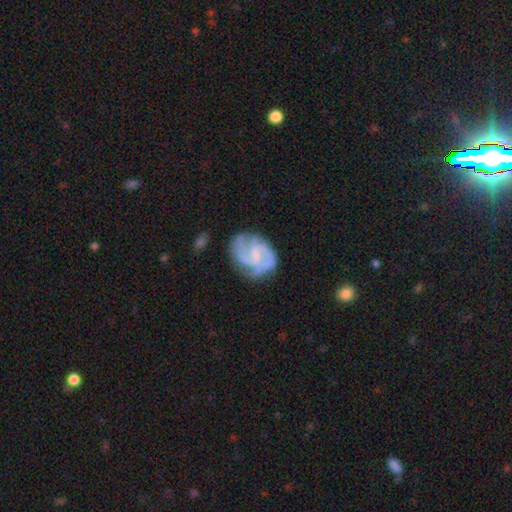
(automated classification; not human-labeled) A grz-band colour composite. It shows a featured or disk galaxy (84%) with a weak bar (51%), 2 (49%) medium (51%) spiral arms (95%) and a small central bulge (55%). Merging: none (65%).